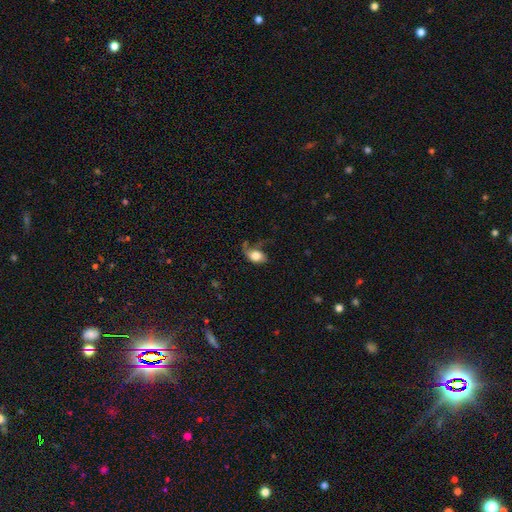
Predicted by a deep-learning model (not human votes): smooth_or_featured: smooth (p=0.72) [alt: featured or disk p=0.21]
how_rounded: in between (p=0.85) [alt: round p=0.13]
merging: none (p=0.37) [alt: major disturbance p=0.29]